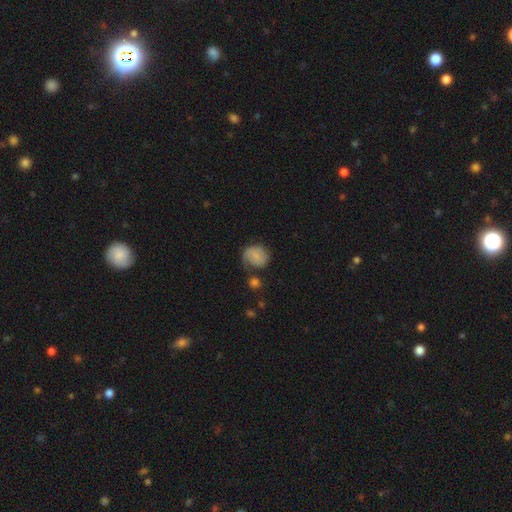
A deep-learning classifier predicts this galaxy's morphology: Overall: smooth (65%; featured or disk 27%). How rounded: round (73%). Merging: none (53%; minor disturbance 25%).